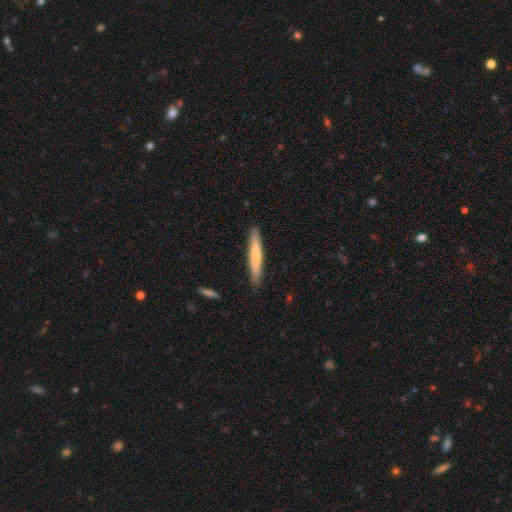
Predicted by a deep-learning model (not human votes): This is likely a smooth galaxy (67%). How rounded: clearly cigar-shaped (94%). Merging: clearly none (89%).